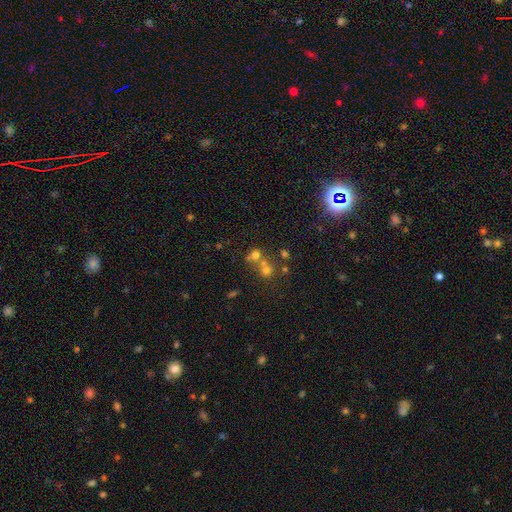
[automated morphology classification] Smooth or featured? Predicted: smooth (p=0.59). How rounded? Predicted: round (p=0.79). Merging? Predicted: merger (p=0.46).